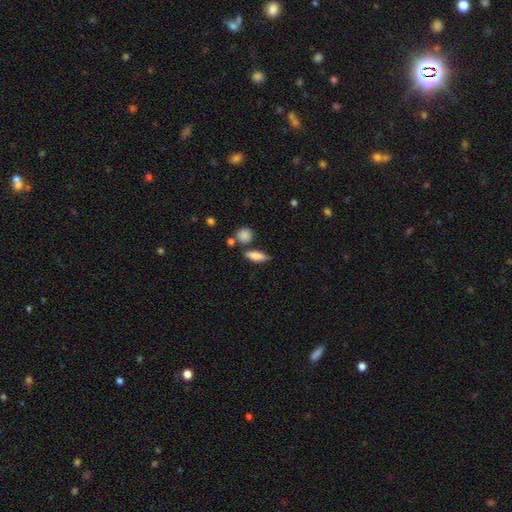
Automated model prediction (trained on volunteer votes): smooth_or_featured: smooth (p=0.78) [alt: featured or disk p=0.15]
how_rounded: in between (p=0.59) [alt: cigar-shaped p=0.36]
merging: none (p=0.69) [alt: minor disturbance p=0.16]